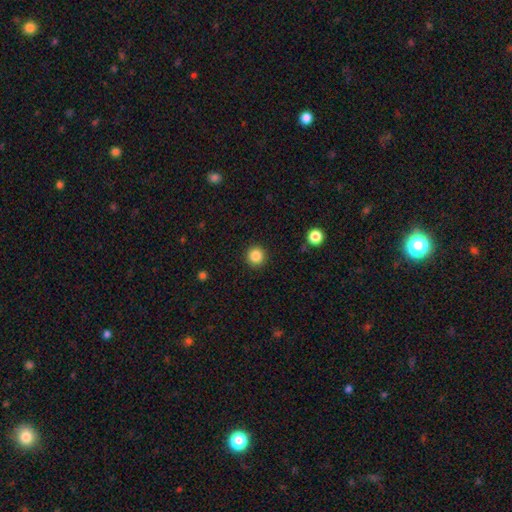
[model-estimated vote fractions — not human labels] A smooth galaxy with no disk features (85%) that is round (95%).

Vote fractions:
- Smooth or featured? smooth: 85% / star or artifact: 11% / featured or disk: 4%
- How rounded? round: 95% / in between: 4% / cigar-shaped: 1%
- Merging? none: 92% / minor disturbance: 5% / major disturbance: 2% / merger: 1%